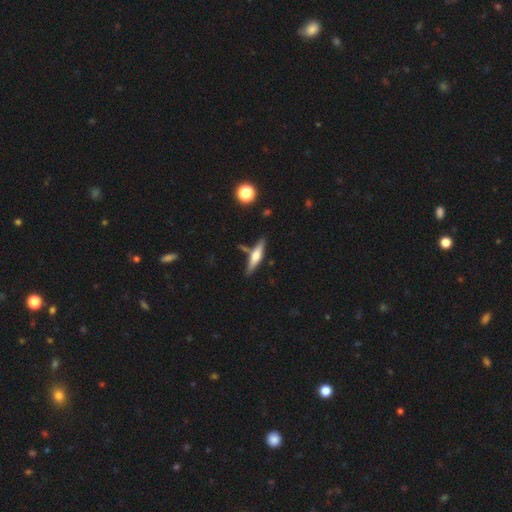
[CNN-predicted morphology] A featured or disk galaxy (53%) viewed edge-on (95%) with a rounded central bulge (88%). Merging: none (77%).